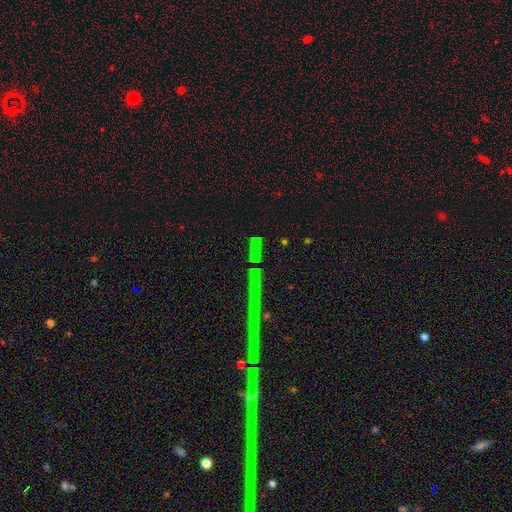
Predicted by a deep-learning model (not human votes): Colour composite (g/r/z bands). It shows a star or artifact, not a galaxy (72%).